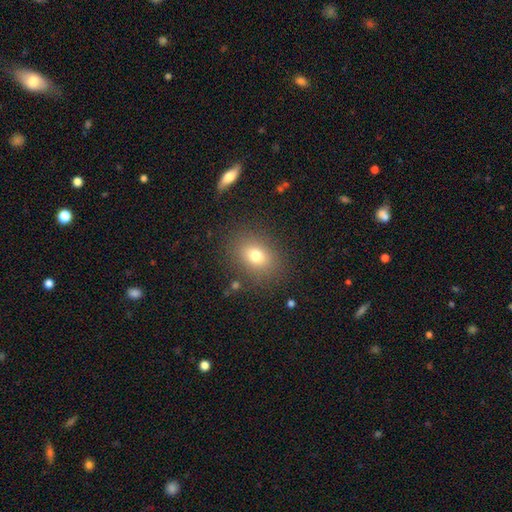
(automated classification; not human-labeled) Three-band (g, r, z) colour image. It shows a smooth galaxy with no disk features (76%) that is in between round and cigar-shaped (60%). Merging: none (85%).